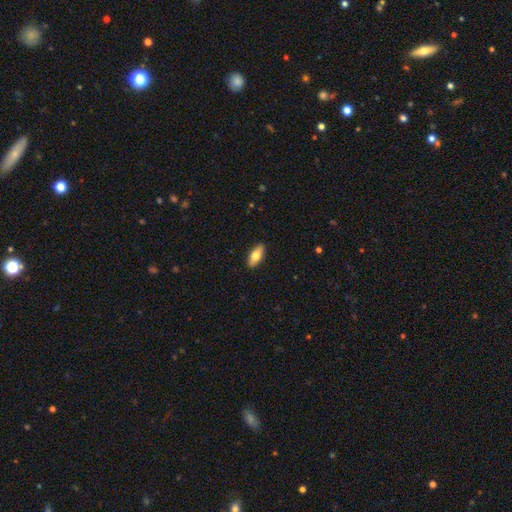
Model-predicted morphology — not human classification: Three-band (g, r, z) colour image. It shows a smooth galaxy with no disk features (72%) that is in between round and cigar-shaped (79%). Merging: none (90%).